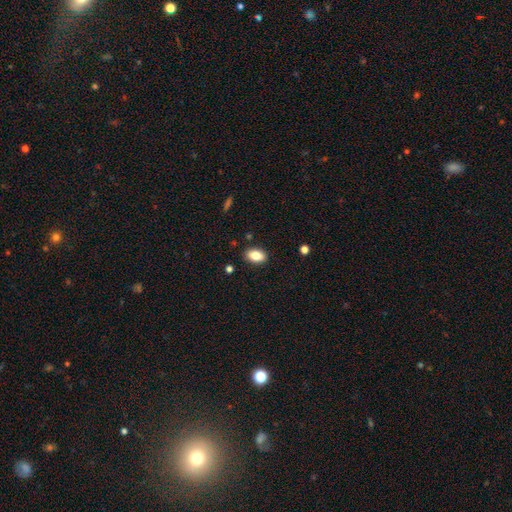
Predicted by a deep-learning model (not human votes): smooth 82%, featured or disk 10%, star or artifact 8%. Down the decision tree: how rounded — in between (90%); merging — none (88%).